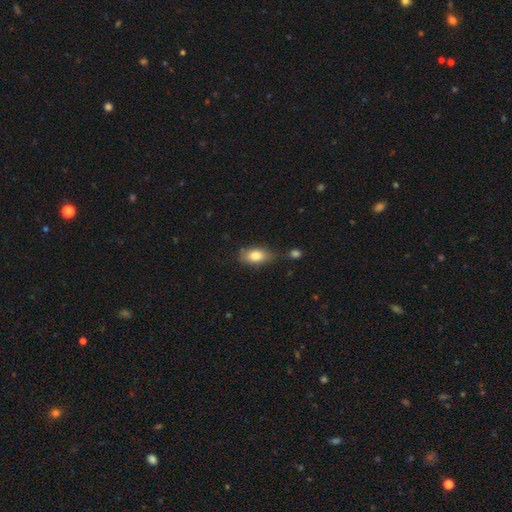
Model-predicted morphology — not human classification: A smooth galaxy with no disk features (81%) that is in between round and cigar-shaped (88%). Merging: none (71%).